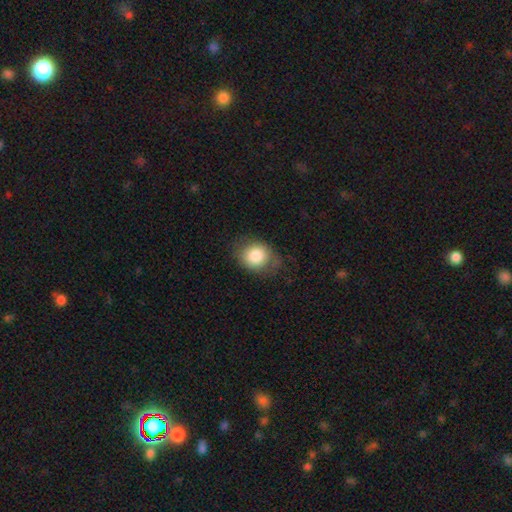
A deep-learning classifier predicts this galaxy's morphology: Overall: smooth (82%). How rounded: round (57%; in between 42%). Merging: none (67%).